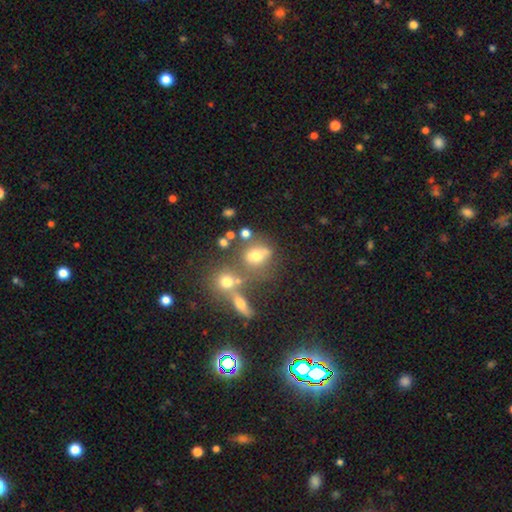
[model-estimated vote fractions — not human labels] A smooth galaxy with no disk features (59%) that is in between round and cigar-shaped (49%). Merging: none (44%).